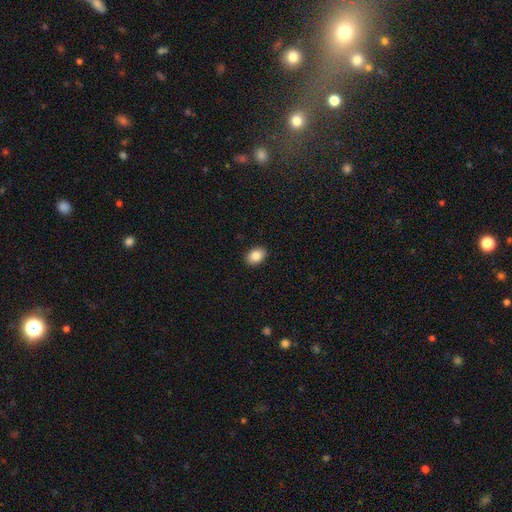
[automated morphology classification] Smooth or featured? smooth (87%)
How rounded? in between (78%)
Merging? none (90%)